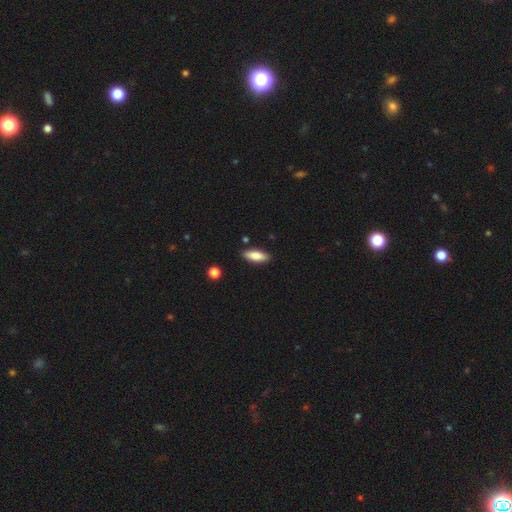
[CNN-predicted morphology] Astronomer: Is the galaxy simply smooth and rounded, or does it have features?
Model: smooth — 81%.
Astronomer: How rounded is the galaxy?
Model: in between — 68%.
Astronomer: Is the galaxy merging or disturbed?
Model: none — 87%.